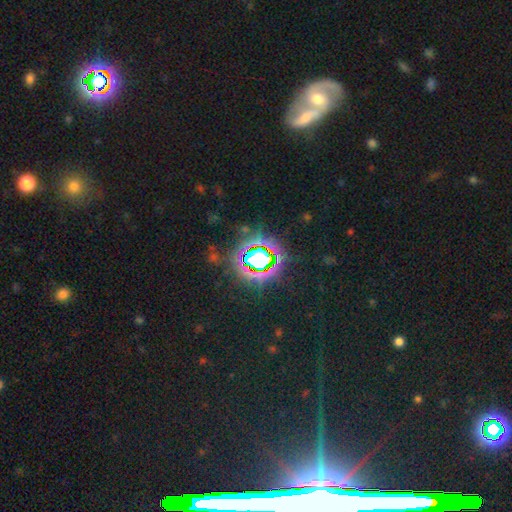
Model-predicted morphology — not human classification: This appears to be a star or artifact, not a galaxy (72%).